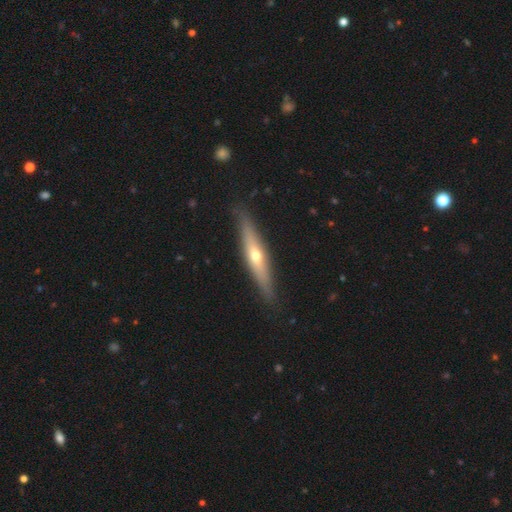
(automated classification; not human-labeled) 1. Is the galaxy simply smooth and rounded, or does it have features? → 59% featured or disk, 35% smooth, 6% star or artifact.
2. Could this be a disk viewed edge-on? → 88% yes, 12% no.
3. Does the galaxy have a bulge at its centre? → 86% rounded, 11% none, 3% boxy.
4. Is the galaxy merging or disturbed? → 88% none, 9% minor disturbance, 2% major disturbance, 1% merger.